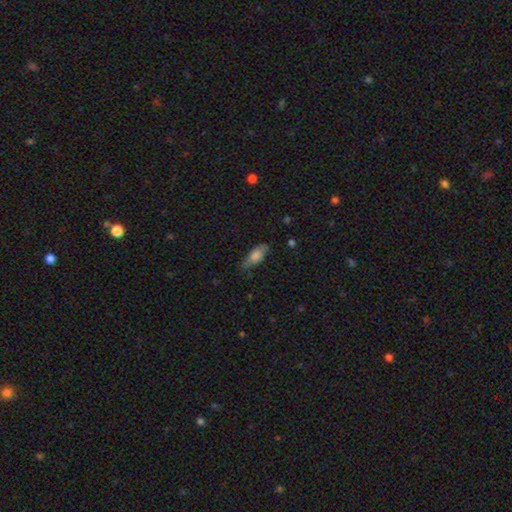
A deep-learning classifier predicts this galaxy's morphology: smooth_or_featured: smooth (p=0.74) [alt: featured or disk p=0.19]
how_rounded: in between (p=0.75) [alt: cigar-shaped p=0.22]
merging: none (p=0.62) [alt: minor disturbance p=0.29]